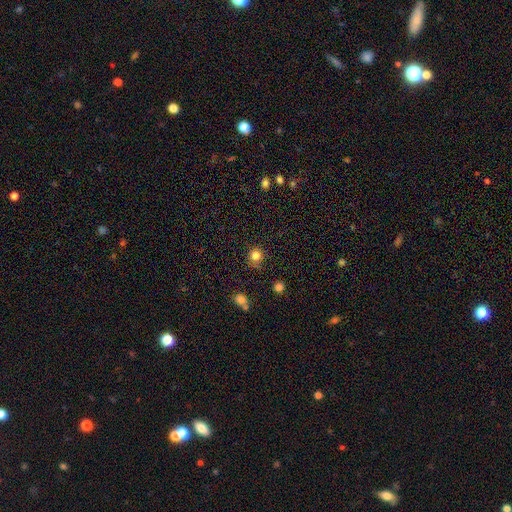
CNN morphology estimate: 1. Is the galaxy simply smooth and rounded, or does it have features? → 81% smooth, 13% star or artifact, 5% featured or disk.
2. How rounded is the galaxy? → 91% round, 8% in between, 1% cigar-shaped.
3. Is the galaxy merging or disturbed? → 82% none, 12% minor disturbance, 3% major disturbance, 3% merger.